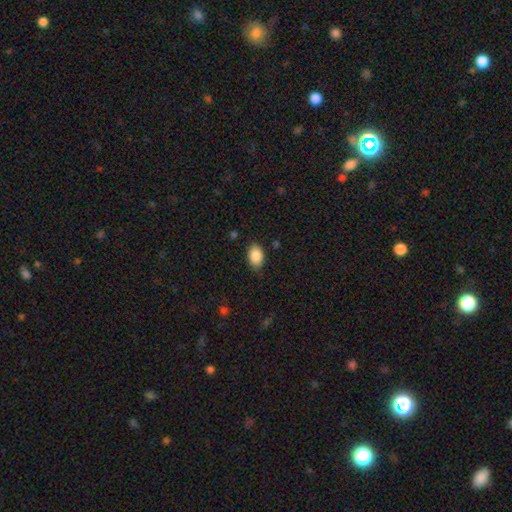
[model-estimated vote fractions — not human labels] A smooth galaxy with no disk features (88%) that is in between round and cigar-shaped (85%). Merging: none (79%).